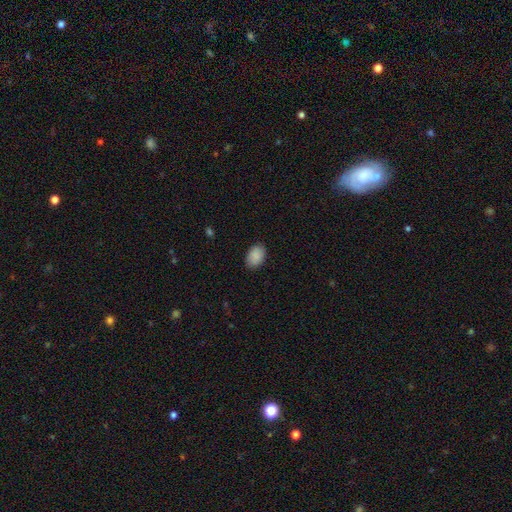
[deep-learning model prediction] This appears to be a smooth galaxy with no disk features (90%) that is in between round and cigar-shaped (86%). Merging: none (87%).